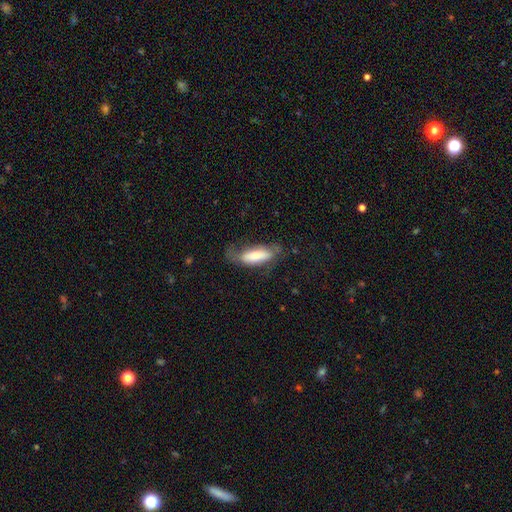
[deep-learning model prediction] smooth_or_featured: smooth (p=0.63) [alt: featured or disk p=0.31]
how_rounded: in between (p=0.60) [alt: cigar-shaped p=0.38]
merging: none (p=0.52) [alt: minor disturbance p=0.27]